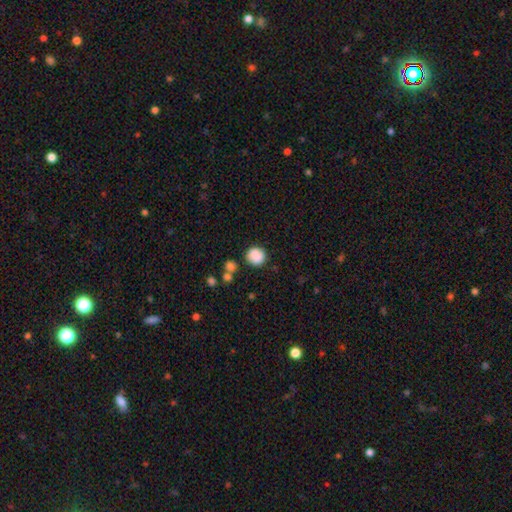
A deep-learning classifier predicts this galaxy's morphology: Overall: smooth (86%). How rounded: round (88%). Merging: none (79%).